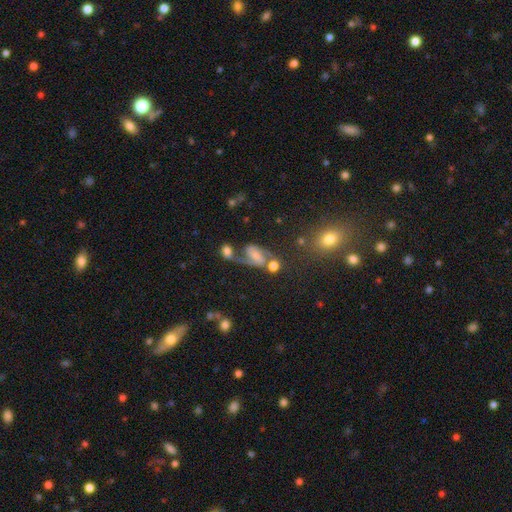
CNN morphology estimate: The model was most divided on "spiral winding": medium: 45%, loose: 42%, tight: 13%. Remaining: edge-on disk — no (97%); spiral arms — yes (92%); spiral arm count — 2 (87%); smooth or featured — featured or disk (75%); bulge size — small (46%); bar — weak (43%); merging — none (39%).